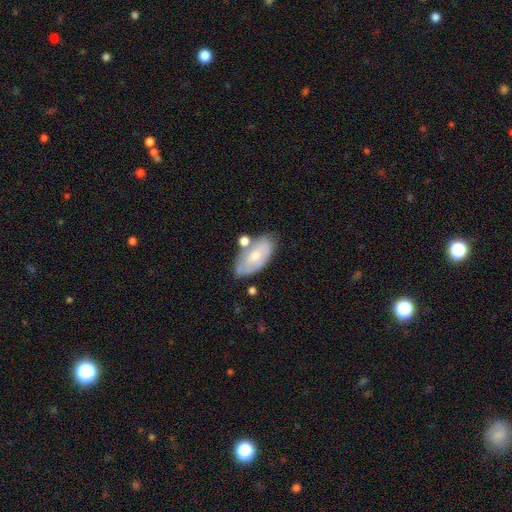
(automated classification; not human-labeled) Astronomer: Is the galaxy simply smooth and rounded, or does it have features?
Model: smooth — 55% (runner-up: featured or disk, 39%).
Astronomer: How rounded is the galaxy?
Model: in between — 92%.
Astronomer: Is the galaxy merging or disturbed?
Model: none — 56%.